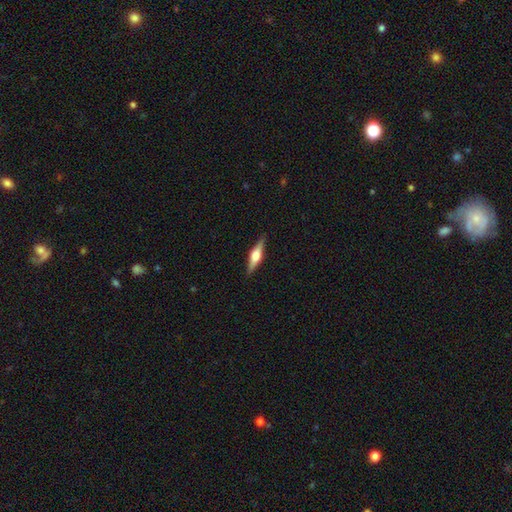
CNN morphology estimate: type=featured or disk (68%); edge-on=yes (97%); edge-on bulge=rounded (90%); merging=none (89%).